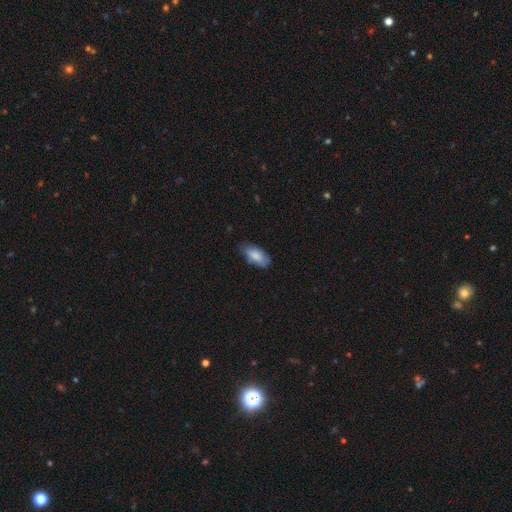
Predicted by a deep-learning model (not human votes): Smooth or featured? smooth (82%)
How rounded? in between (88%)
Merging? none (72%)